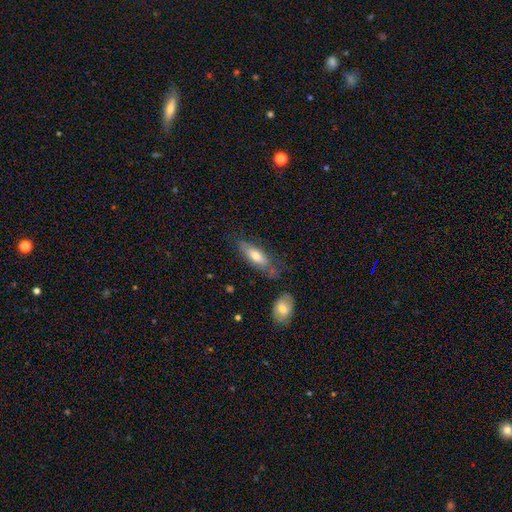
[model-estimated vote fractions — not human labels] smooth-or-featured: smooth: 64% | featured or disk: 29% | star or artifact: 6%
  how-rounded: in between: 60% | cigar-shaped: 38% | round: 2%
  merging: none: 62% | minor disturbance: 23% | merger: 8% | major disturbance: 8%